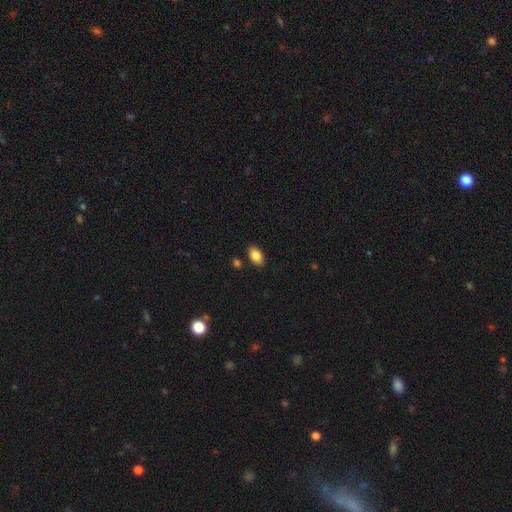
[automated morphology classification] smooth 85%, star or artifact 8%, featured or disk 7%. Down the decision tree: how rounded — in between (91%); merging — none (86%).